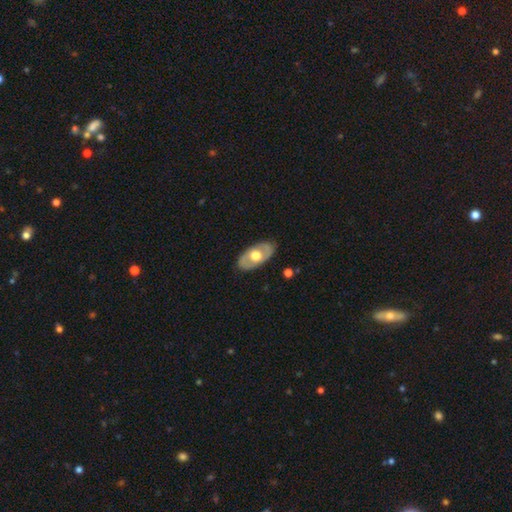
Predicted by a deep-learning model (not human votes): Smooth or featured? featured or disk (53%)
Edge-on disk? no (84%)
Merging? none (84%)